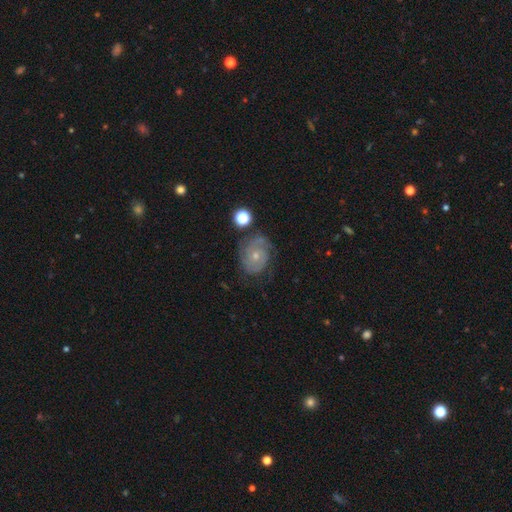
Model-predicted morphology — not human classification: Overall: featured or disk (81%). Edge-on disk: no (98%). Bar: no (76%). Spiral arms: yes (95%). Spiral arm count: 2 (46%; can't tell 20%). Spiral winding: tight (65%; medium 29%). Bulge size: small (61%; moderate 35%). Merging: none (71%).